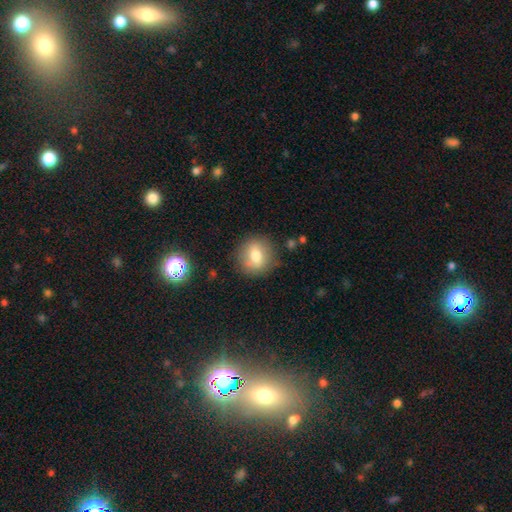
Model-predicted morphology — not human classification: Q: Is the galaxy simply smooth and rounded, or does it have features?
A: smooth — 69%.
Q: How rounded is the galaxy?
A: round — 82%.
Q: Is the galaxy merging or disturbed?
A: none — 83%.